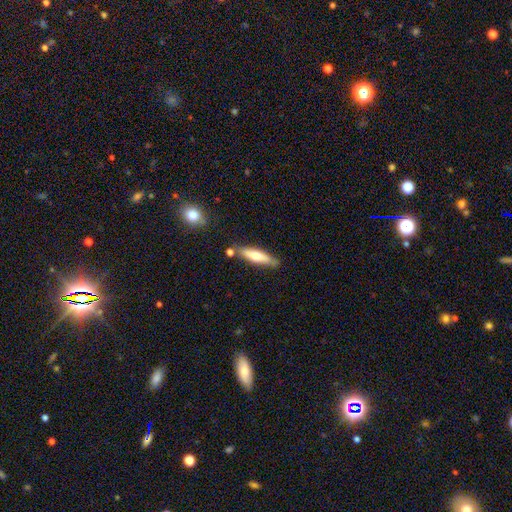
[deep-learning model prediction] The model was most divided on "smooth or featured": smooth: 60%, featured or disk: 34%, star or artifact: 6%. More confident: merging — none (75%); how rounded — cigar-shaped (75%).